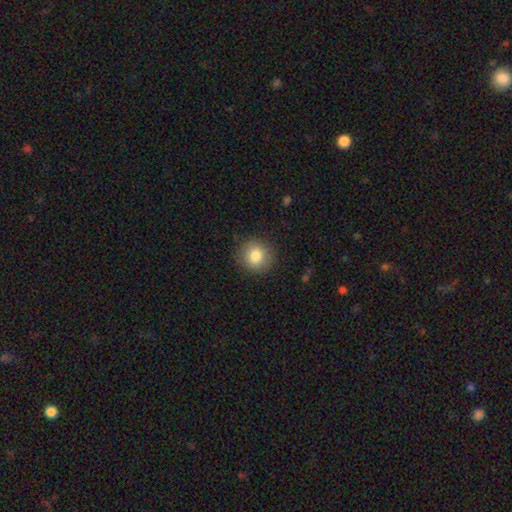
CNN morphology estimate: A smooth galaxy with no disk features (82%) that is round (88%).

Vote fractions:
- Smooth or featured? smooth: 82% / featured or disk: 9% / star or artifact: 9%
- How rounded? round: 88% / in between: 11% / cigar-shaped: 1%
- Merging? none: 88% / minor disturbance: 8% / major disturbance: 3% / merger: 1%